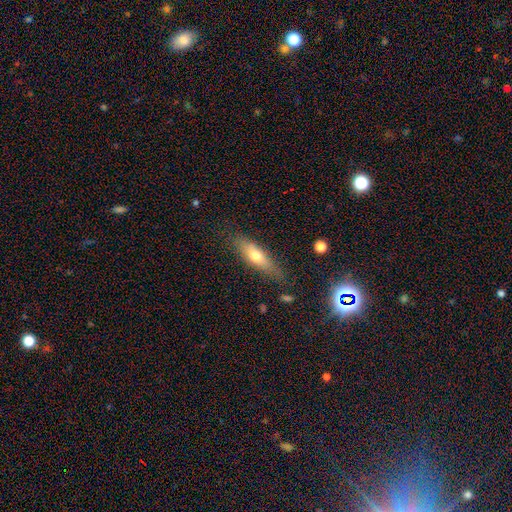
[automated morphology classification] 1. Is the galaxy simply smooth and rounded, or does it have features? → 61% smooth, 32% featured or disk, 7% star or artifact.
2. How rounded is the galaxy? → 56% cigar-shaped, 41% in between, 3% round.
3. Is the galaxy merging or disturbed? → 77% none, 17% minor disturbance, 4% major disturbance, 2% merger.